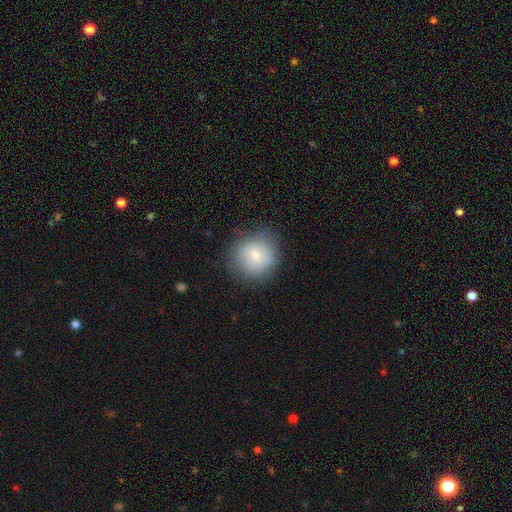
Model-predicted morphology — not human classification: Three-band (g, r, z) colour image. It shows a smooth galaxy with no disk features (71%) that is round (87%). Merging: none (76%).